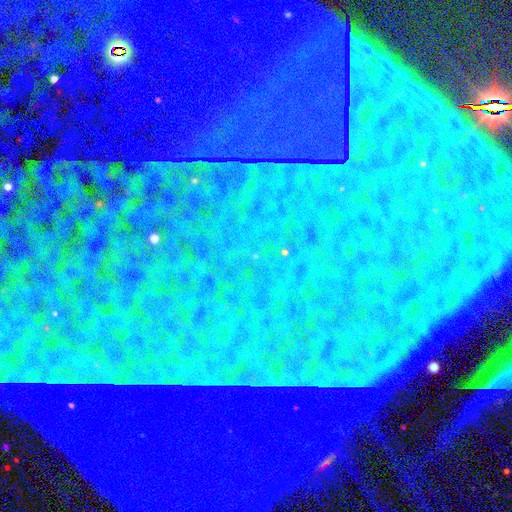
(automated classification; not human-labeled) Smooth or featured? star or artifact (87%)